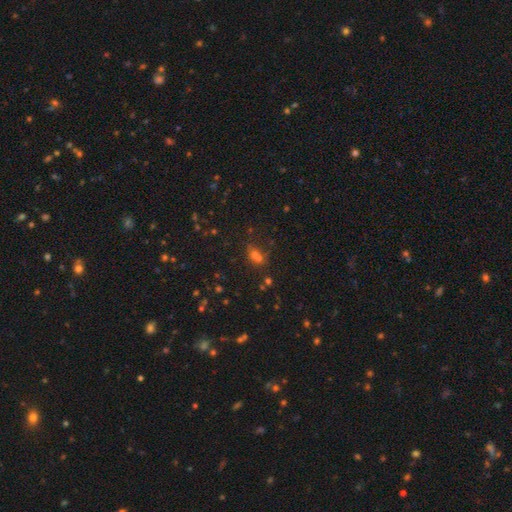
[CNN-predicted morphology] smooth 51%, star or artifact 37%, featured or disk 13%. Down the decision tree: how rounded — in between (51%); merging — none (50%).